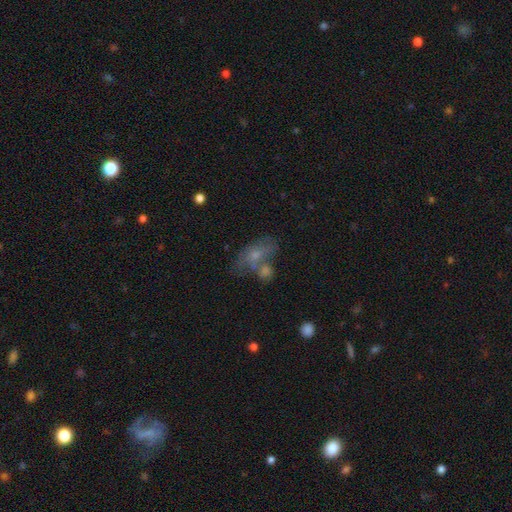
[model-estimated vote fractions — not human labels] Smooth or featured?
  - smooth: 51% *
  - featured or disk: 37%
  - star or artifact: 13%
How rounded?
  - in between: 80% *
  - round: 13%
  - cigar-shaped: 7%
Merging?
  - none: 39% *
  - merger: 31%
  - minor disturbance: 18%
  - major disturbance: 11%